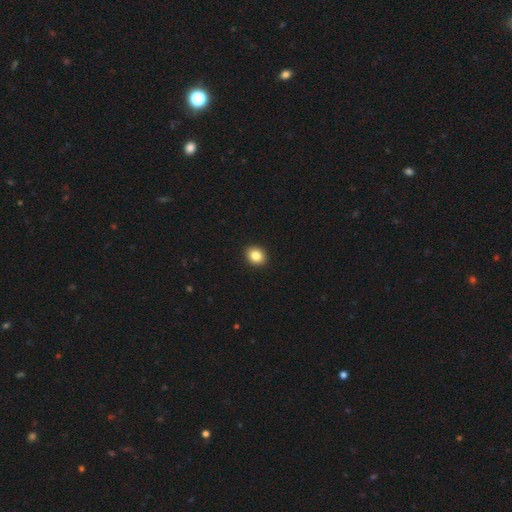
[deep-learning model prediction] Morphology: type=smooth (85%); roundness=round (62%); merging=none (93%).